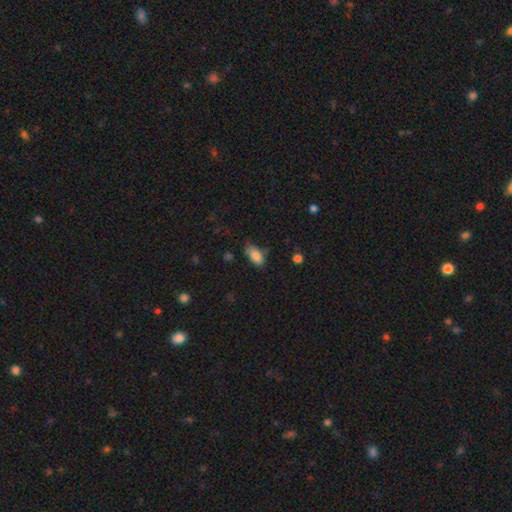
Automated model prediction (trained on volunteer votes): A smooth galaxy with no disk features (84%) that is in between round and cigar-shaped (90%). Merging: none (65%).